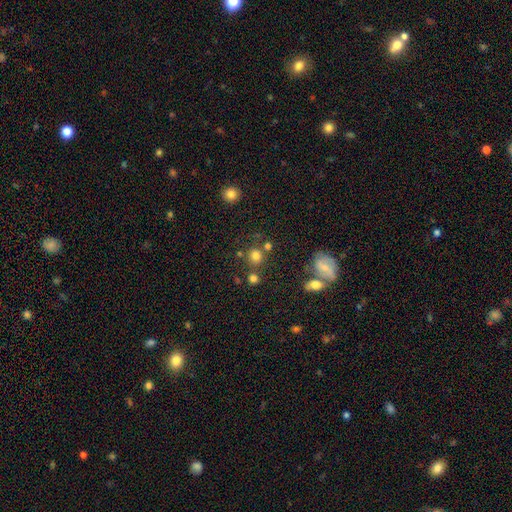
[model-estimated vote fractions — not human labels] Overall: smooth (77%). How rounded: round (86%). Merging: none (70%).